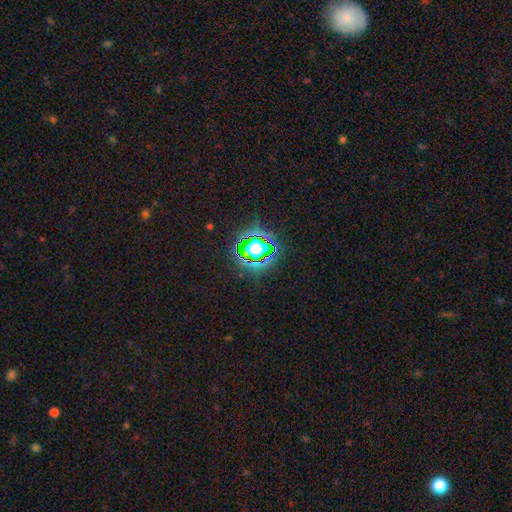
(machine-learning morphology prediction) Smooth or featured? star or artifact (67%)